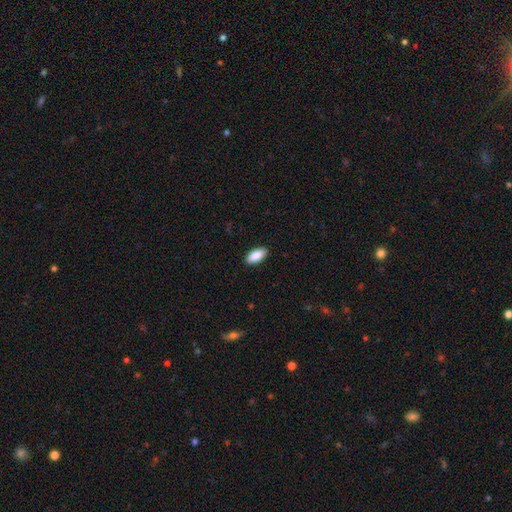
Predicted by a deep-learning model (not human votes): Morphology: type=smooth (89%); roundness=in between (90%); merging=none (90%).